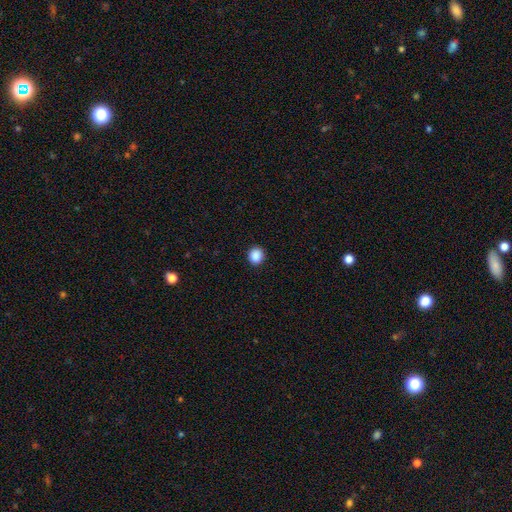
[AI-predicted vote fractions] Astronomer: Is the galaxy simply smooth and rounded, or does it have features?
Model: smooth — 88%.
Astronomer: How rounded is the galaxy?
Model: round — 83%.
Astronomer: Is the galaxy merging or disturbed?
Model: none — 92%.